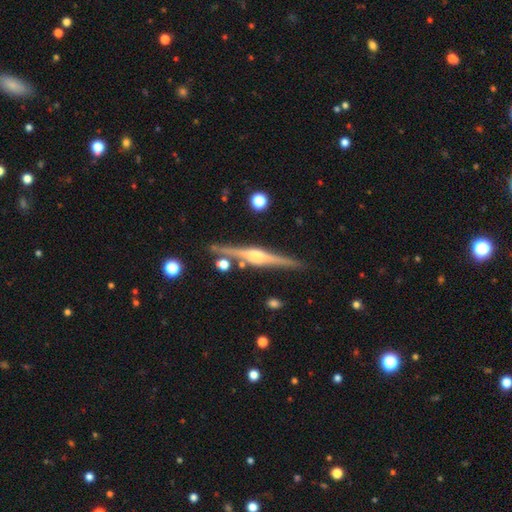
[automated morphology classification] Smooth or featured: featured or disk — 84% (smooth — 10%)
Edge-on disk: yes — 98% (no — 2%)
Edge-on bulge: rounded — 84% (boxy — 13%)
Merging: none — 88% (minor disturbance — 8%)